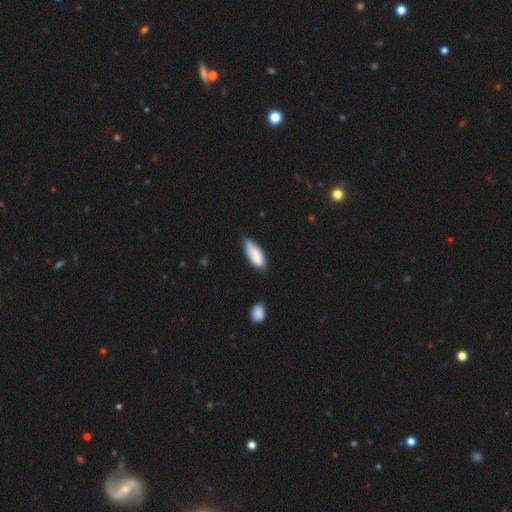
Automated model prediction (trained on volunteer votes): Morphology: type=smooth (84%); roundness=in between (75%); merging=none (58%).